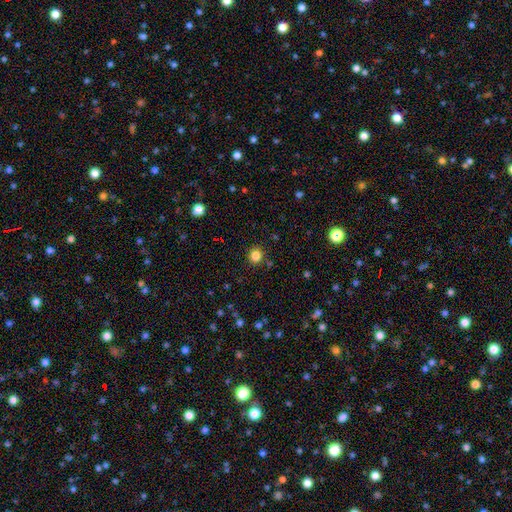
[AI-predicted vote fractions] A smooth galaxy with no disk features (83%) that is round (84%). Merging: none (88%).